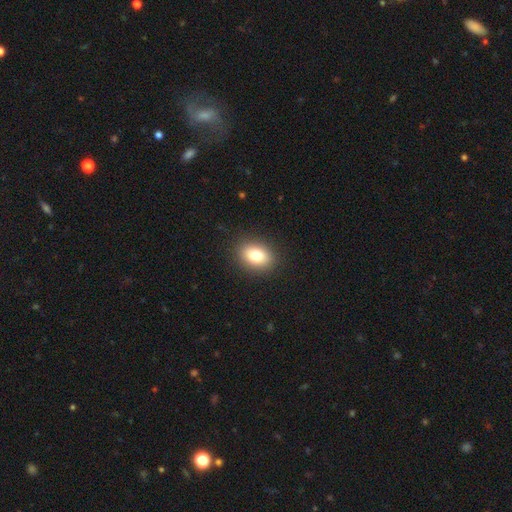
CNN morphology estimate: Overall: smooth (80%). How rounded: in between (73%). Merging: none (89%).